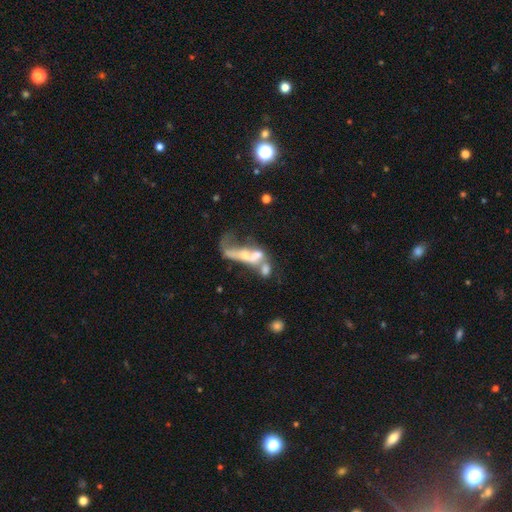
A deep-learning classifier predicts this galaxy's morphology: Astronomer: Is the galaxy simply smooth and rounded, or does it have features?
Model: featured or disk — 52% (runner-up: smooth, 36%).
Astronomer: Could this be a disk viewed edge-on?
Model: no — 85%.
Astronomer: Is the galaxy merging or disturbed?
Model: merger — 59%.